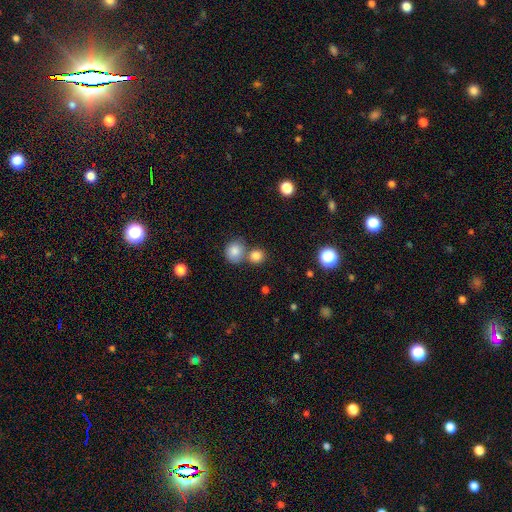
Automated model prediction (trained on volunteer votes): Overall: smooth (82%). How rounded: round (84%). Merging: none (55%; merger 35%).